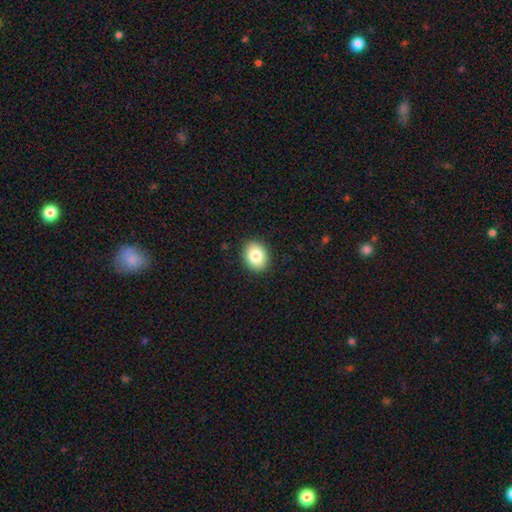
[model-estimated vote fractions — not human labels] smooth_or_featured: smooth (p=0.83) [alt: featured or disk p=0.09]
how_rounded: in between (p=0.54) [alt: round p=0.45]
merging: none (p=0.90) [alt: minor disturbance p=0.07]